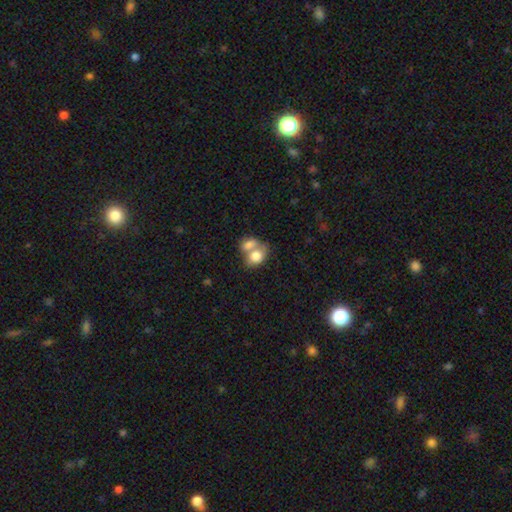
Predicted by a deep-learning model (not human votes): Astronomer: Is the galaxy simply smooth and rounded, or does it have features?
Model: smooth — 76%.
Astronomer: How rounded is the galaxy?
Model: in between — 64%.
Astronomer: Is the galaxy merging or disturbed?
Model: merger — 69%.